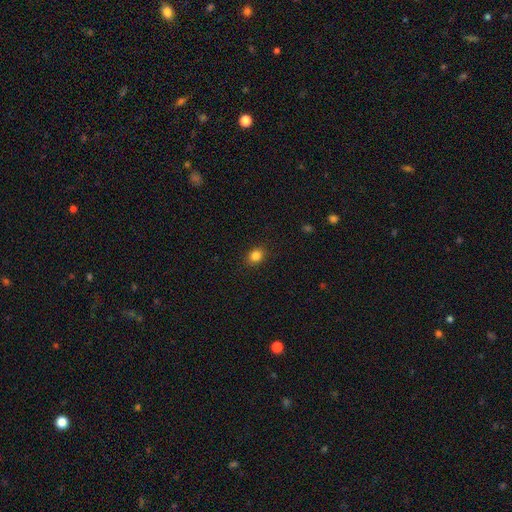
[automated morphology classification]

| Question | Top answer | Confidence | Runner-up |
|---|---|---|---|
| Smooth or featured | smooth | 84% | star or artifact (11%) |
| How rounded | round | 51% | in between (48%) |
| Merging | none | 89% | minor disturbance (8%) |